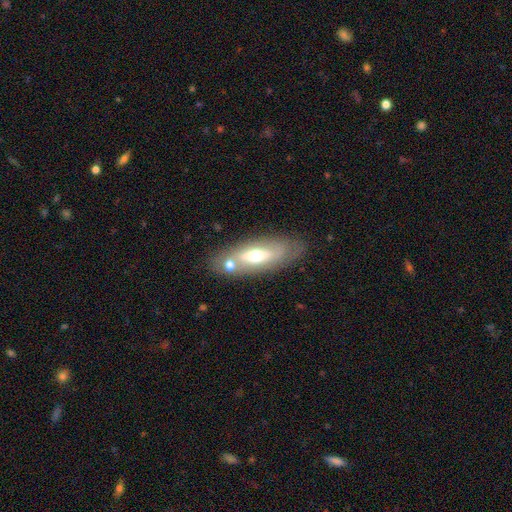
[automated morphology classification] Smooth or featured? Predicted: featured or disk (p=0.48). Merging? Predicted: none (p=0.68).